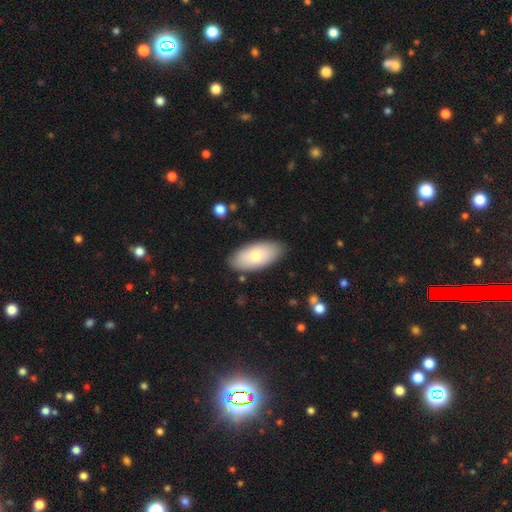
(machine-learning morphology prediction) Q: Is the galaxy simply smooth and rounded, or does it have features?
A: smooth — 72%.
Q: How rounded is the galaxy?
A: in between — 93%.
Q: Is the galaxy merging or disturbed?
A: none — 84%.